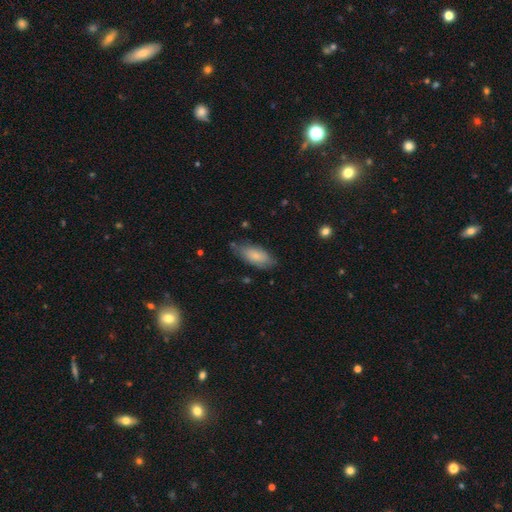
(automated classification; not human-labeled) Morphology: type=smooth (77%); roundness=in between (84%); merging=none (66%).